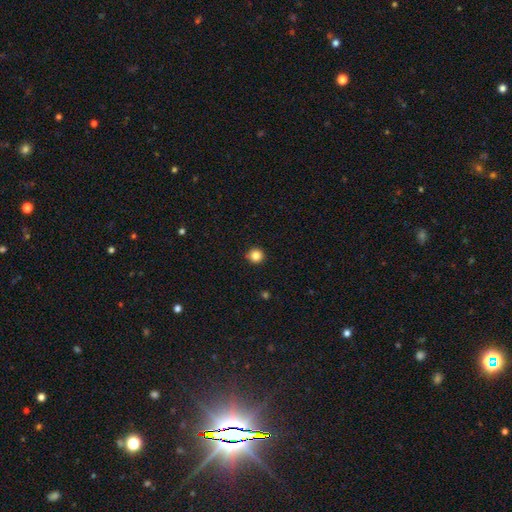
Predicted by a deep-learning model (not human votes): This appears to be a smooth galaxy with no disk features (85%) that is round (95%). Merging: none (93%).